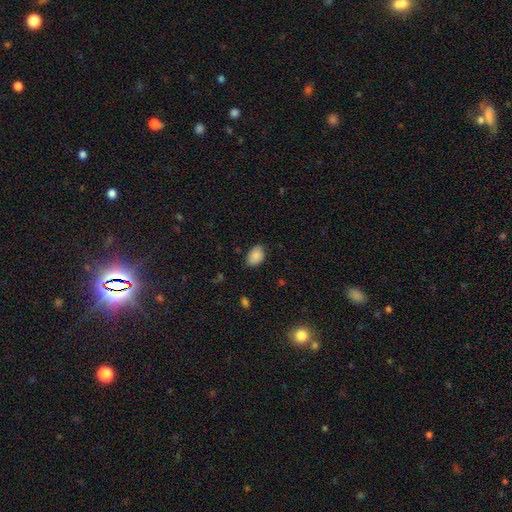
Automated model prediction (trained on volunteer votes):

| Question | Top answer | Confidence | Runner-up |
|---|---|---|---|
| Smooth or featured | smooth | 86% | star or artifact (8%) |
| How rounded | in between | 85% | round (14%) |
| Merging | none | 79% | minor disturbance (17%) |